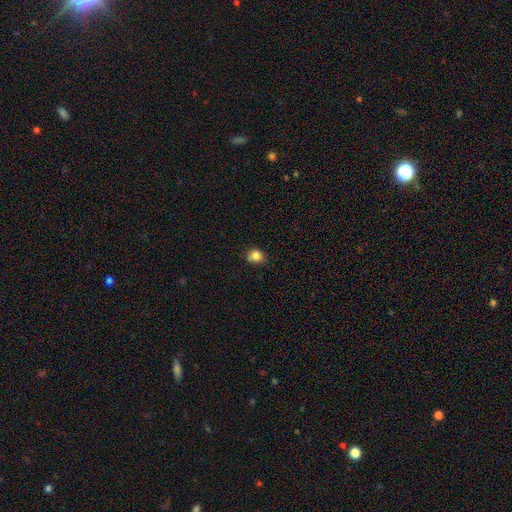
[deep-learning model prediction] smooth 82%, star or artifact 11%, featured or disk 6%. Down the decision tree: how rounded — round (71%); merging — none (64%).